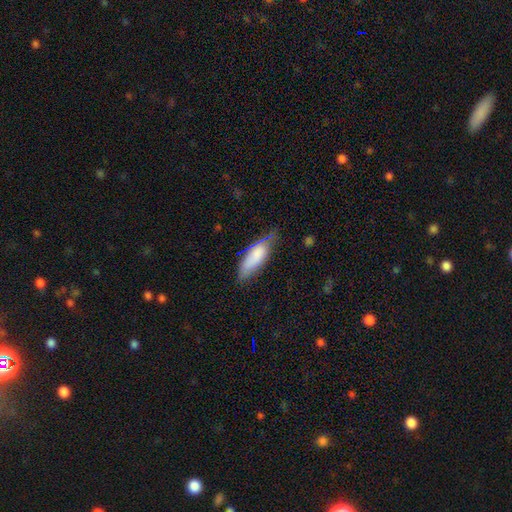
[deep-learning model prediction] Smooth or featured? smooth (77%)
How rounded? in between (69%)
Merging? none (63%)